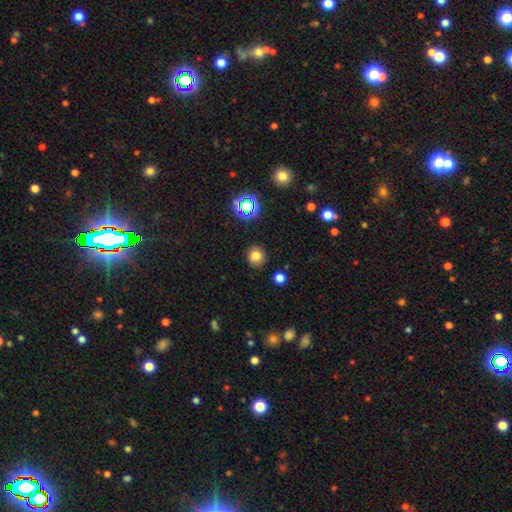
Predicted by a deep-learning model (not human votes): Smooth or featured? smooth (76%)
How rounded? round (86%)
Merging? none (87%)